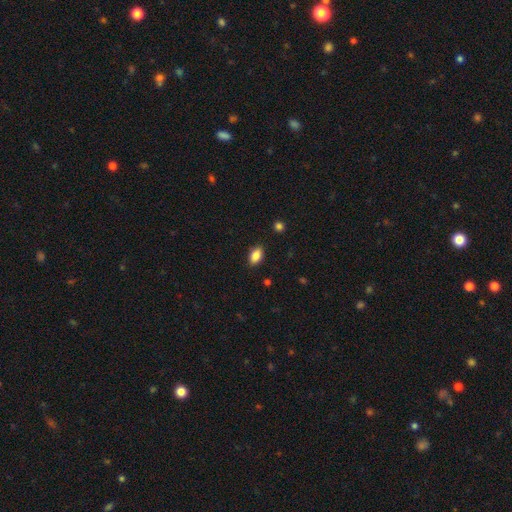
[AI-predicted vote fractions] This appears to be a smooth galaxy with no disk features (87%) that is in between round and cigar-shaped (90%). Merging: none (88%).